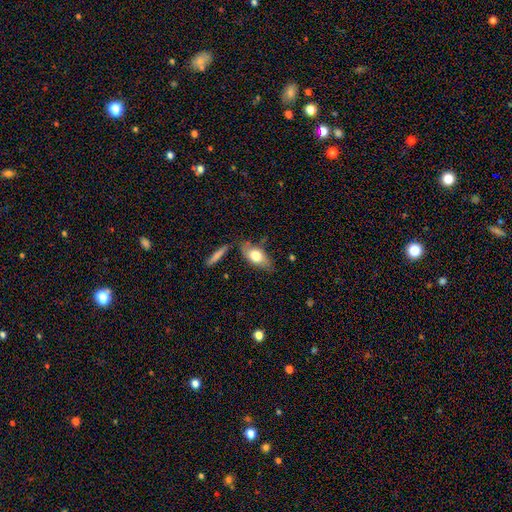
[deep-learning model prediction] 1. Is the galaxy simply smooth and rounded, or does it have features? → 70% smooth, 24% featured or disk, 7% star or artifact.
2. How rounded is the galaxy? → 84% in between, 11% cigar-shaped, 5% round.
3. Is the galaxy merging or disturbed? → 71% none, 18% minor disturbance, 6% merger, 4% major disturbance.